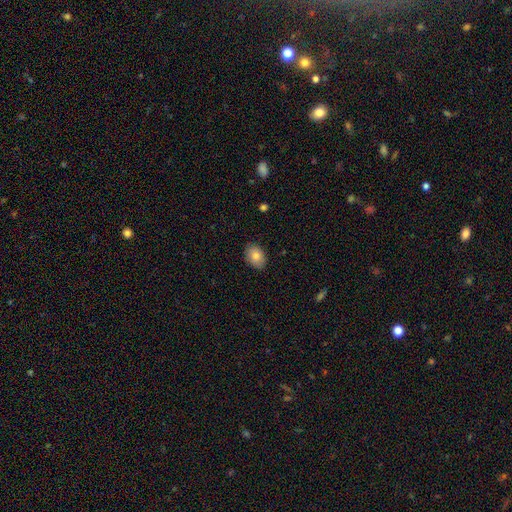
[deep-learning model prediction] Overall: smooth (82%). How rounded: in between (81%). Merging: none (86%).